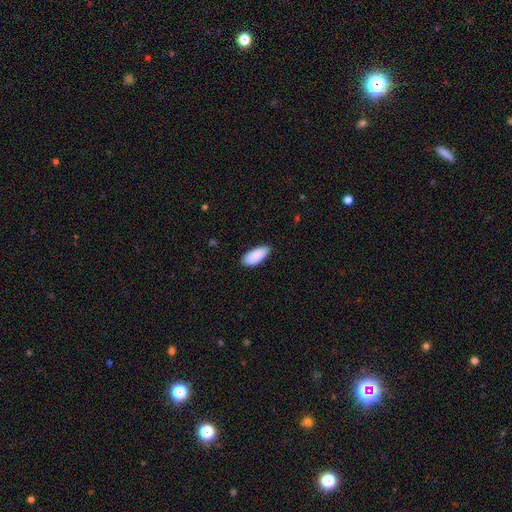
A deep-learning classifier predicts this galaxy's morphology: smooth 90%, star or artifact 6%, featured or disk 5%. Down the decision tree: how rounded — in between (88%); merging — none (83%).